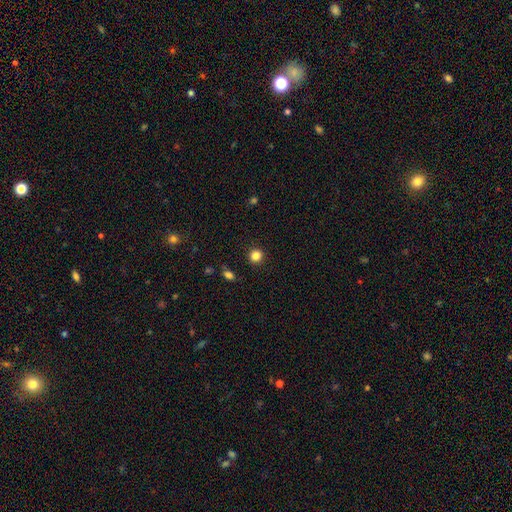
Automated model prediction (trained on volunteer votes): The model was most divided on "smooth or featured": smooth: 84%, star or artifact: 12%, featured or disk: 4%. More confident: how rounded — round (92%); merging — none (91%).